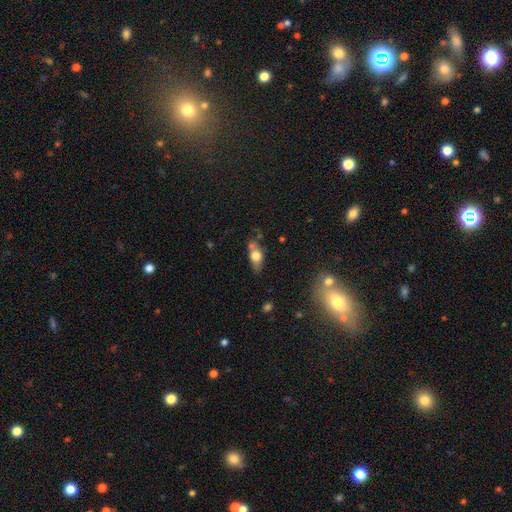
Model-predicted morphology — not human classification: This is likely a smooth galaxy (68%). How rounded: likely in between (75%). Merging: possibly none (48%).